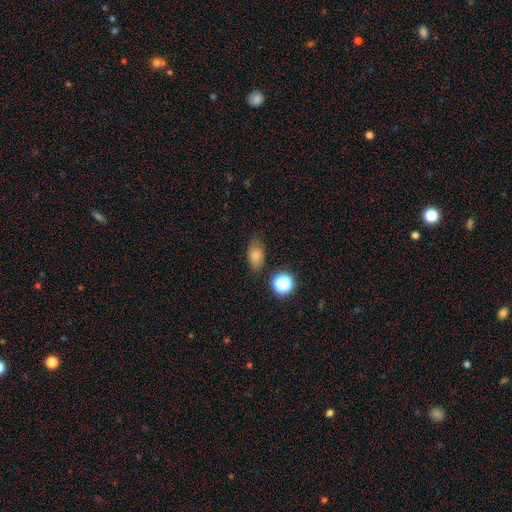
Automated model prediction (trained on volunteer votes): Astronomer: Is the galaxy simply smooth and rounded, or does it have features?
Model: smooth — 78%.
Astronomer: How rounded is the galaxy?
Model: in between — 81%.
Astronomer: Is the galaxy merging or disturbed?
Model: none — 75%.